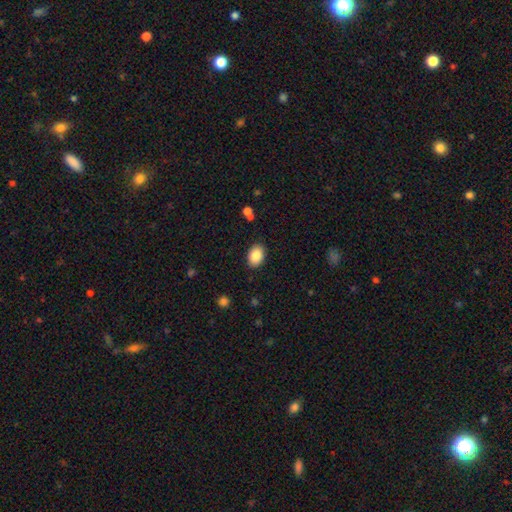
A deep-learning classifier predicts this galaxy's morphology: Overall: smooth (87%). How rounded: in between (81%). Merging: none (88%).